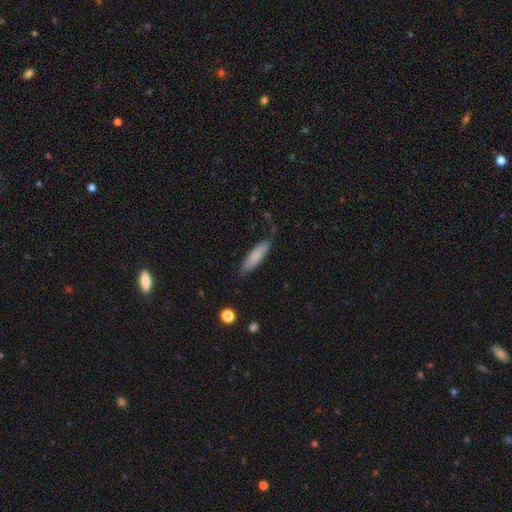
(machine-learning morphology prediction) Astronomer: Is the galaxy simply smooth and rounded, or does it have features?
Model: smooth — 79%.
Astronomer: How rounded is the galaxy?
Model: cigar-shaped — 68%.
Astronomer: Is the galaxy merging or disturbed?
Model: none — 77%.